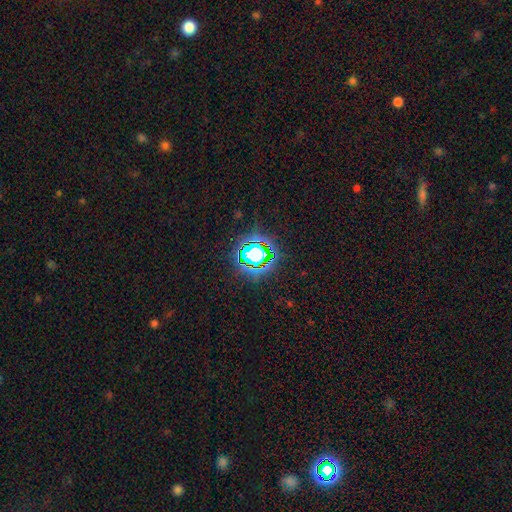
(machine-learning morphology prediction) smooth-or-featured: star or artifact: 69% | smooth: 19% | featured or disk: 12%